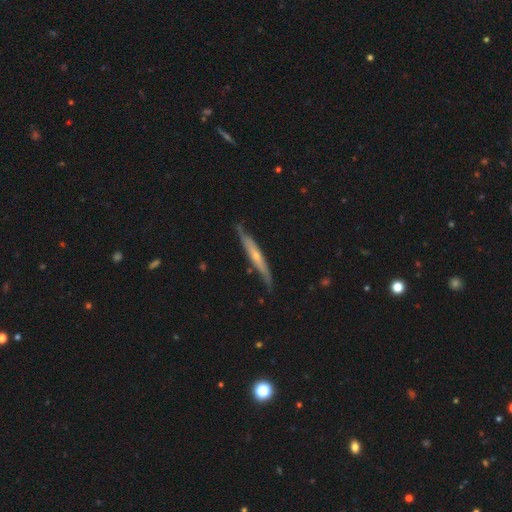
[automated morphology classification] smooth_or_featured: featured or disk (p=0.61) [alt: smooth p=0.34]
disk_edge_on: yes (p=0.91) [alt: no p=0.09]
edge_on_bulge: rounded (p=0.59) [alt: none p=0.36]
merging: none (p=0.76) [alt: minor disturbance p=0.19]